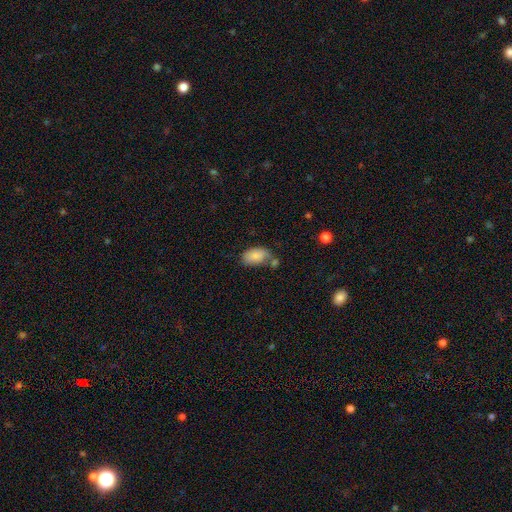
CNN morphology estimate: Smooth or featured?
  - smooth: 85% *
  - featured or disk: 8%
  - star or artifact: 7%
How rounded?
  - in between: 94% *
  - round: 5%
  - cigar-shaped: 2%
Merging?
  - none: 51% *
  - minor disturbance: 23%
  - merger: 18%
  - major disturbance: 8%